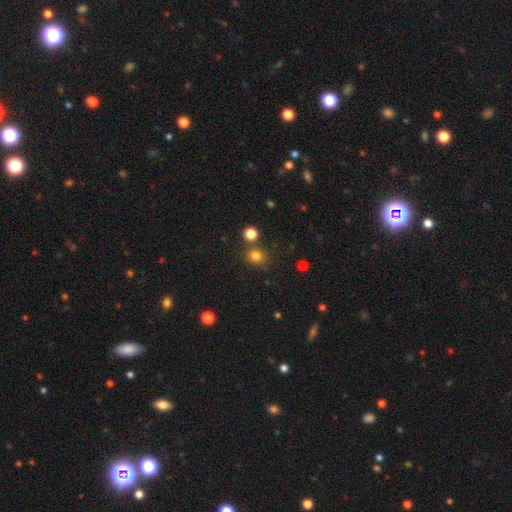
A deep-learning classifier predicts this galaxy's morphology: A smooth galaxy with no disk features (81%) that is round (80%).

Vote fractions:
- Smooth or featured? smooth: 81% / star or artifact: 14% / featured or disk: 5%
- How rounded? round: 80% / in between: 19% / cigar-shaped: 1%
- Merging? none: 78% / merger: 9% / minor disturbance: 9% / major disturbance: 3%